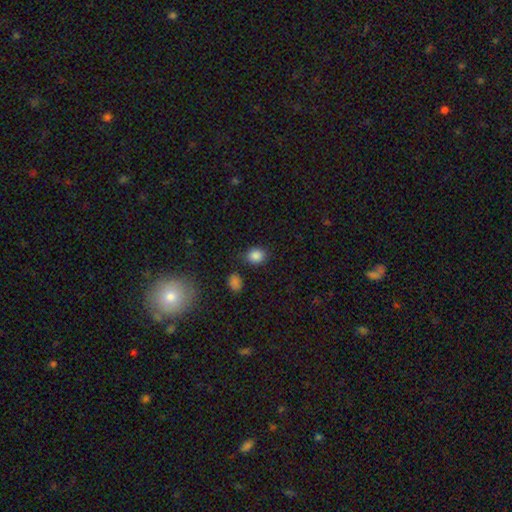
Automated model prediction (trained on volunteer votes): This appears to be a smooth galaxy with no disk features (86%) that is round (57%). Merging: none (78%).